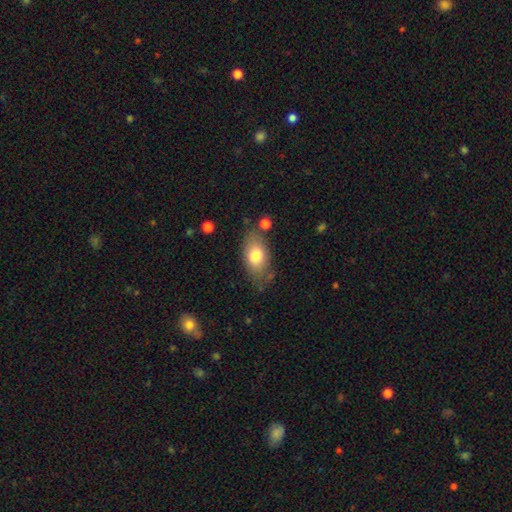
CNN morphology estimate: The model was most divided on "merging": none: 69%, minor disturbance: 19%, major disturbance: 6%, merger: 5%. More confident: how rounded — in between (89%); smooth or featured — smooth (77%).